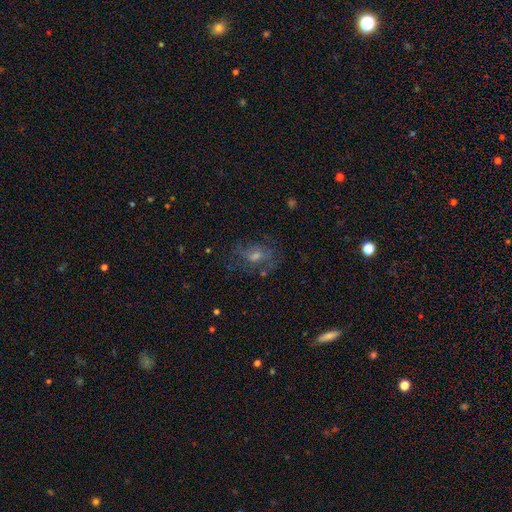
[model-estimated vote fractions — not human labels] This appears to be a featured or disk galaxy (45%). Merging: none (59%).